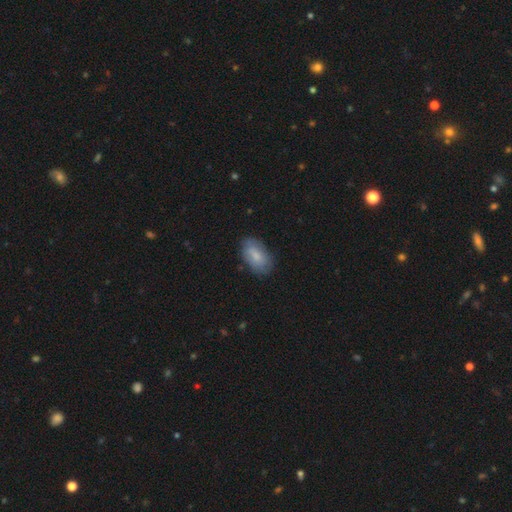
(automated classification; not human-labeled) Smooth or featured? smooth (78%)
How rounded? in between (93%)
Merging? none (78%)